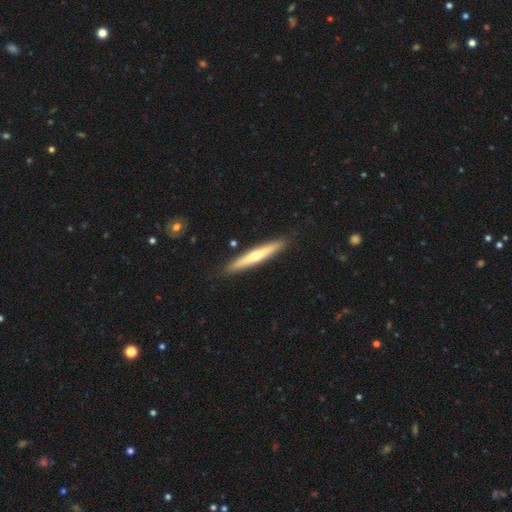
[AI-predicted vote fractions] This appears to be a featured or disk galaxy (57%) viewed edge-on (95%) with a rounded central bulge (82%). Merging: none (90%).